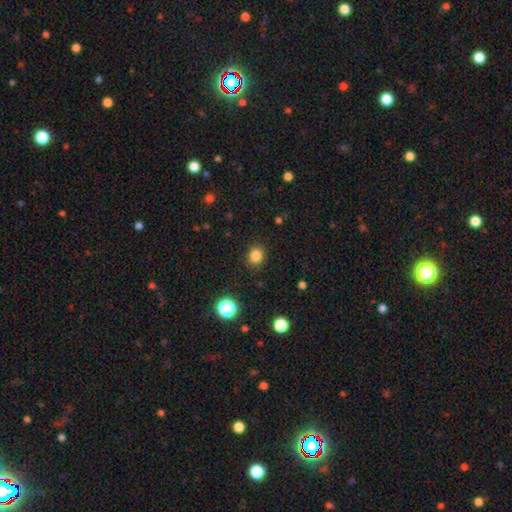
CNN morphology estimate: This appears to be a smooth galaxy with no disk features (83%) that is round (79%). Merging: none (90%).